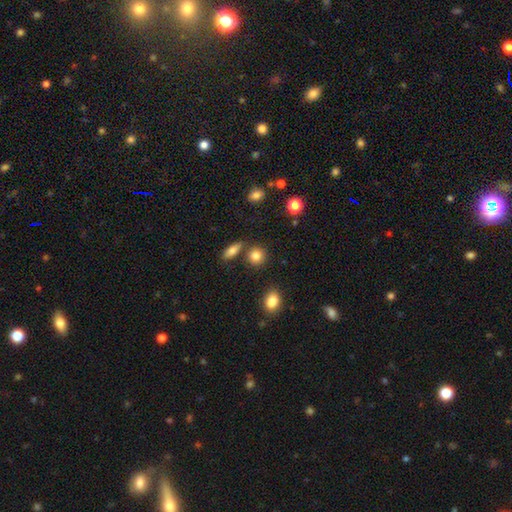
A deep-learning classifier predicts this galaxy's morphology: This is clearly a smooth galaxy (83%). How rounded: clearly round (85%). Merging: likely none (79%).